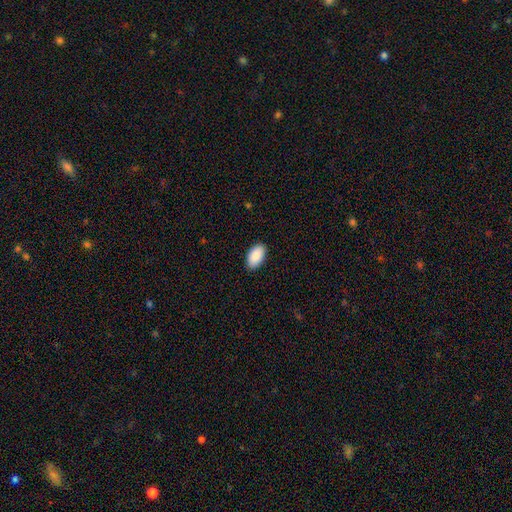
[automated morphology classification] Smooth or featured? Predicted: smooth (p=0.91). How rounded? Predicted: in between (p=0.96). Merging? Predicted: none (p=0.89).